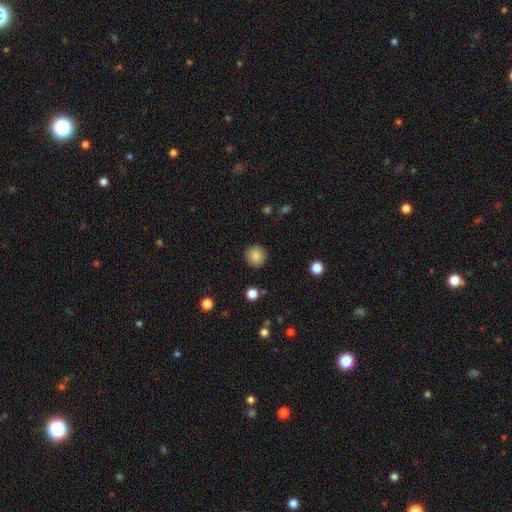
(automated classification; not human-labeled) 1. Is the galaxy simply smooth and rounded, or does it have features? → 86% smooth, 9% star or artifact, 5% featured or disk.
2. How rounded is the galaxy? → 94% round, 5% in between, 1% cigar-shaped.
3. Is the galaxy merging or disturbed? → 91% none, 6% minor disturbance, 2% major disturbance, 1% merger.